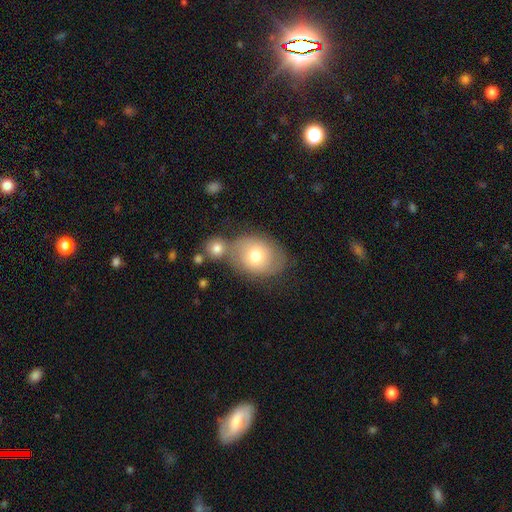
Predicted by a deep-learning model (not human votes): This is likely a smooth galaxy (67%). How rounded: possibly in between (55%). Merging: marginally none (45%).